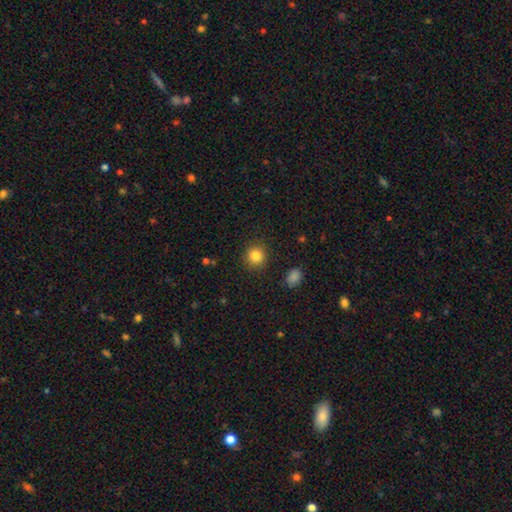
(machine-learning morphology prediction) smooth_or_featured: smooth (p=0.84) [alt: star or artifact p=0.11]
how_rounded: round (p=0.91) [alt: in between p=0.09]
merging: none (p=0.90) [alt: minor disturbance p=0.06]